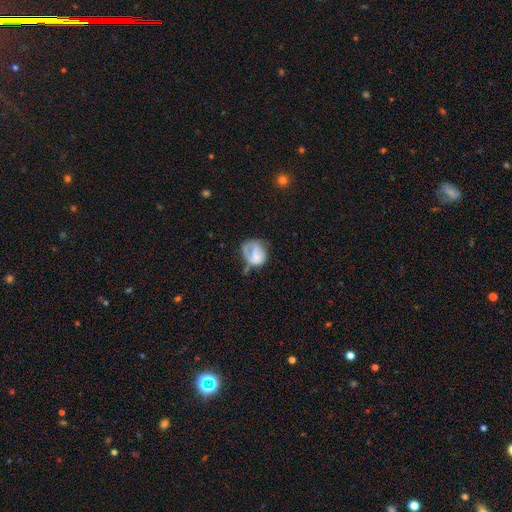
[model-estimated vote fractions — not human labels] Smooth or featured?
  - smooth: 56% *
  - featured or disk: 36%
  - star or artifact: 9%
How rounded?
  - round: 55% *
  - in between: 44%
  - cigar-shaped: 1%
Merging?
  - major disturbance: 34% *
  - none: 30%
  - minor disturbance: 29%
  - merger: 8%